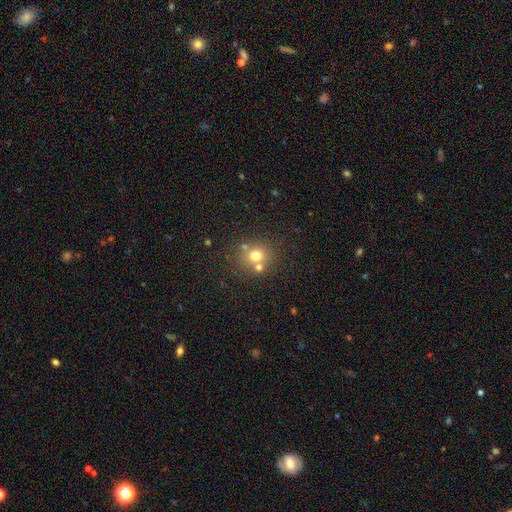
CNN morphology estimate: Q: Smooth or featured?
A: smooth (70%); runner-up: star or artifact (16%)
Q: How rounded?
A: round (83%); runner-up: in between (16%)
Q: Merging?
A: none (62%); runner-up: merger (25%)